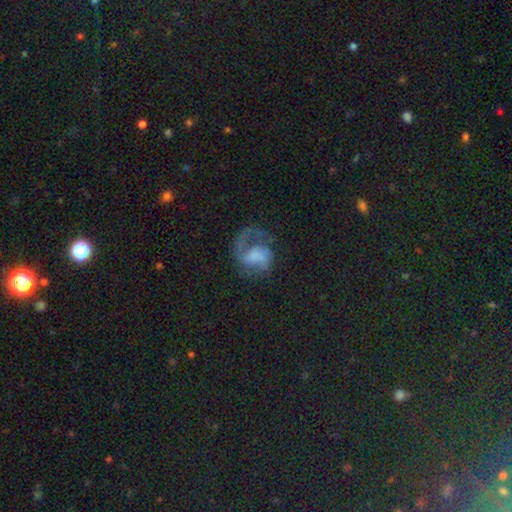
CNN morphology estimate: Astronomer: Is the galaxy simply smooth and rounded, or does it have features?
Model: featured or disk — 70%.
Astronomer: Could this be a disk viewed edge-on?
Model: no — 98%.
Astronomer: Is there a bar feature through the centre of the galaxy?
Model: no — 51% (runner-up: weak, 37%).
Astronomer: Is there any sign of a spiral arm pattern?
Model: yes — 88%.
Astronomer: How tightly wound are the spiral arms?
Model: medium — 45% (runner-up: loose, 39%).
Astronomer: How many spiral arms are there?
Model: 2 — 48% (runner-up: 1, 39%).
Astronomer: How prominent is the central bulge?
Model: none — 39% (runner-up: moderate, 20%).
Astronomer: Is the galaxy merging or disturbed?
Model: none — 43% (runner-up: major disturbance, 36%).